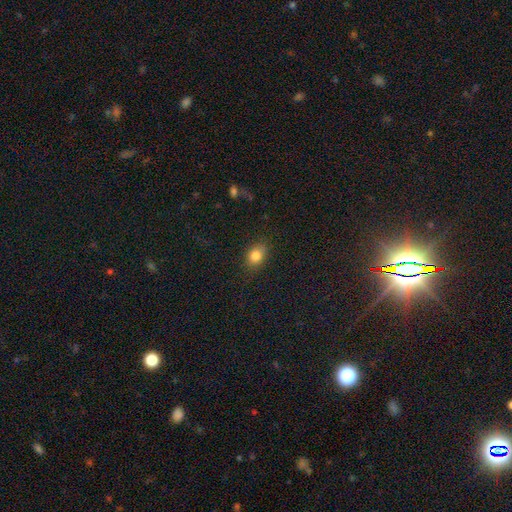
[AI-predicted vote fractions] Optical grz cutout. It shows a smooth galaxy with no disk features (83%) that is in between round and cigar-shaped (59%). Merging: none (82%).